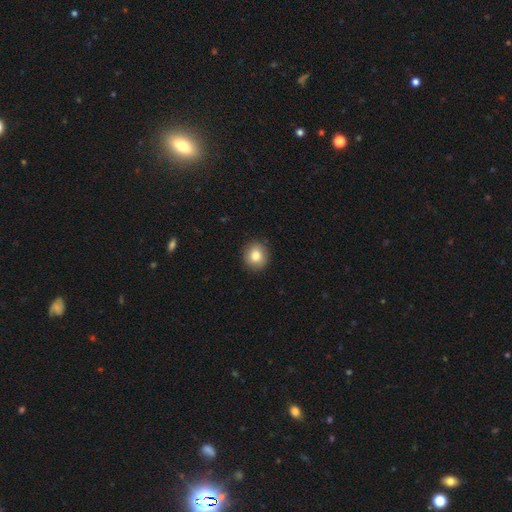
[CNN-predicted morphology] Smooth or featured? smooth (83%)
How rounded? round (85%)
Merging? none (90%)